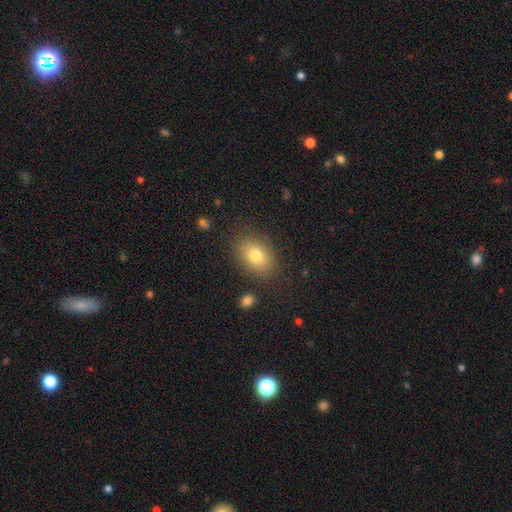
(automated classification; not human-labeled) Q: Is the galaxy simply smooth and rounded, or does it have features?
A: smooth — 78%.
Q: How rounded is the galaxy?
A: in between — 81%.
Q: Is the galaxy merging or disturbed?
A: none — 83%.